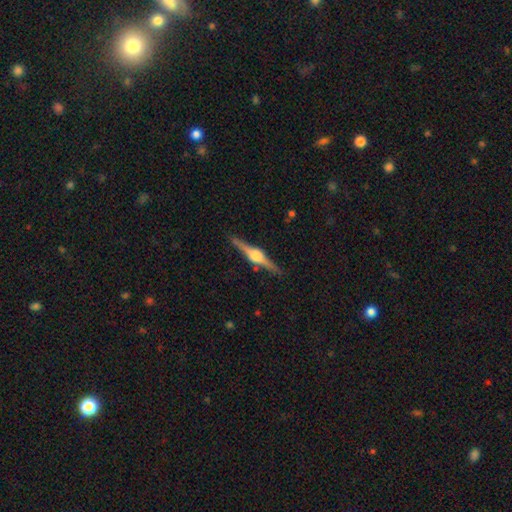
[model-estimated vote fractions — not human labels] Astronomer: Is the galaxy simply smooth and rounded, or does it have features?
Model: featured or disk — 85%.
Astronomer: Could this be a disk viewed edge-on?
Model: yes — 98%.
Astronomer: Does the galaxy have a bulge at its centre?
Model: rounded — 91%.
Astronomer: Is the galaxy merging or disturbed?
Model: none — 90%.